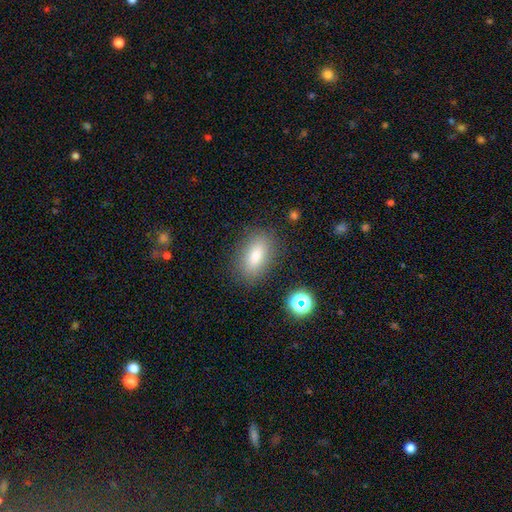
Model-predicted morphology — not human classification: Smooth or featured? smooth (79%)
How rounded? in between (86%)
Merging? none (84%)